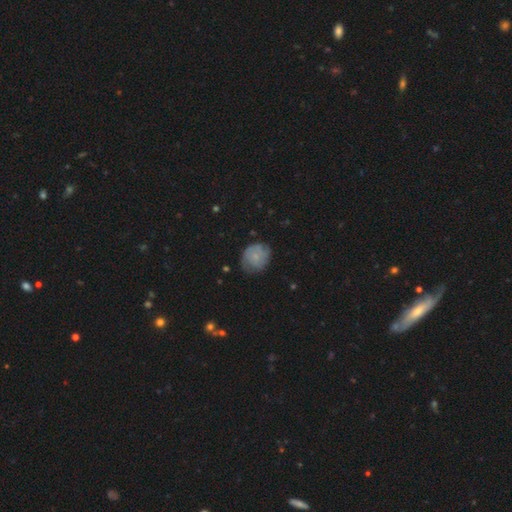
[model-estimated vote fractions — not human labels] This is possibly a smooth galaxy (55%). How rounded: likely round (71%). Merging: likely none (61%).